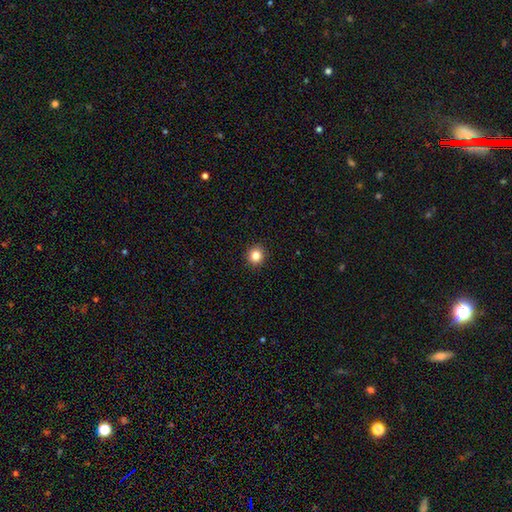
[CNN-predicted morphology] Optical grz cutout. It shows a smooth galaxy with no disk features (83%) that is round (87%). Merging: none (92%).